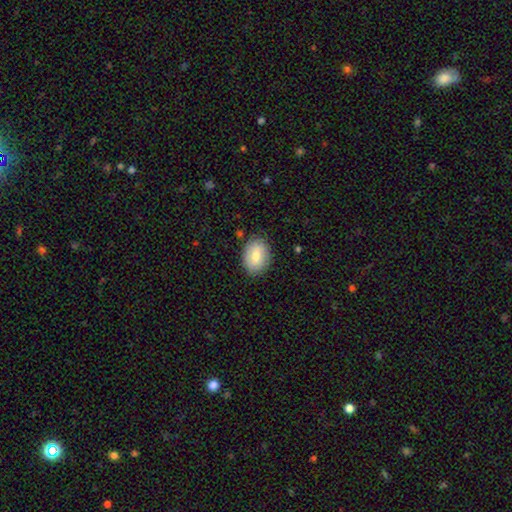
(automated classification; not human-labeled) Smooth or featured: smooth — 74% (featured or disk — 19%)
How rounded: in between — 72% (round — 27%)
Merging: none — 84% (minor disturbance — 12%)